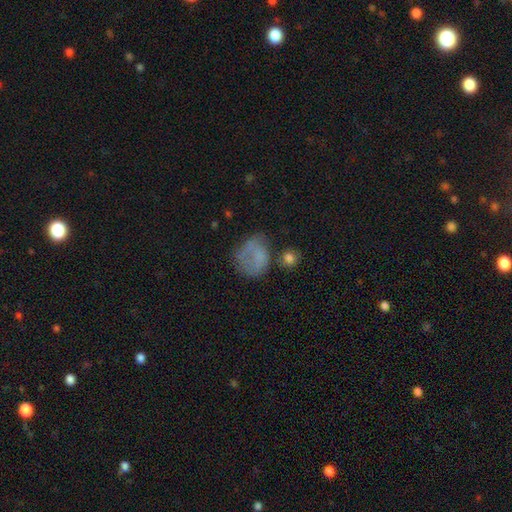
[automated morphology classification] This appears to be a smooth galaxy with no disk features (58%) that is round (53%). Merging: none (38%).